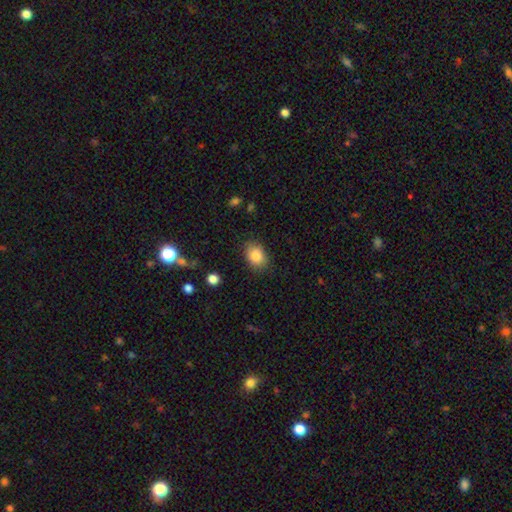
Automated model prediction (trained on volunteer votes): This is clearly a smooth galaxy (85%). How rounded: likely in between (70%). Merging: clearly none (83%).